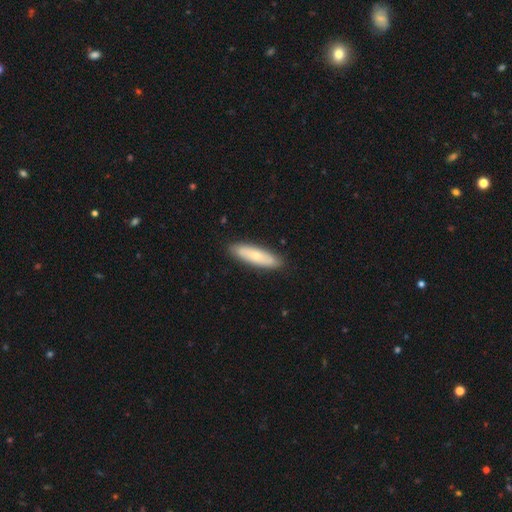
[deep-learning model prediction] Smooth or featured? smooth (63%)
How rounded? cigar-shaped (63%)
Merging? none (89%)